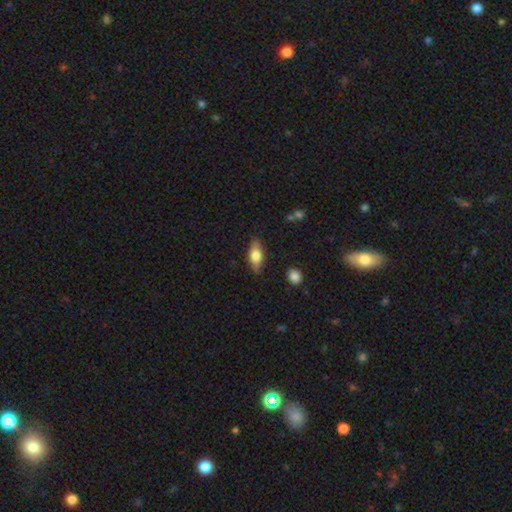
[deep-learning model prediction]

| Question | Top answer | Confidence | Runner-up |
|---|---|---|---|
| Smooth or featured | smooth | 63% | featured or disk (30%) |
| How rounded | in between | 75% | cigar-shaped (21%) |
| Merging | none | 82% | minor disturbance (14%) |